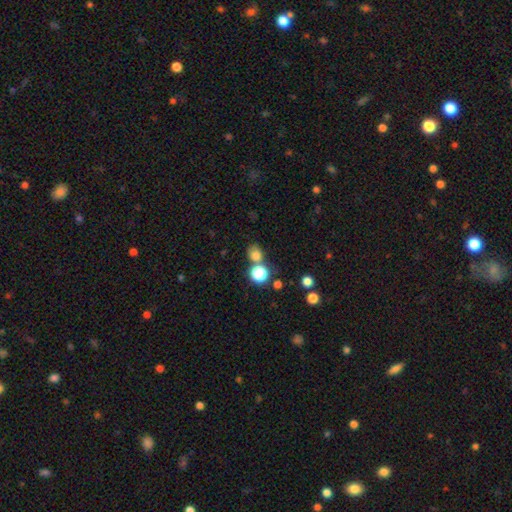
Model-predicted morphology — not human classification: Smooth or featured: smooth — 72% (star or artifact — 20%)
How rounded: round — 70% (in between — 29%)
Merging: none — 61% (merger — 23%)